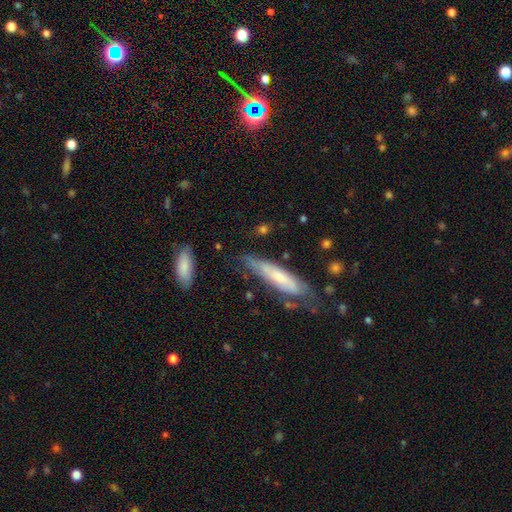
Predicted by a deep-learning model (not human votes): smooth-or-featured: featured or disk: 47% | smooth: 42% | star or artifact: 11%
  merging: none: 62% | minor disturbance: 26% | major disturbance: 9% | merger: 3%